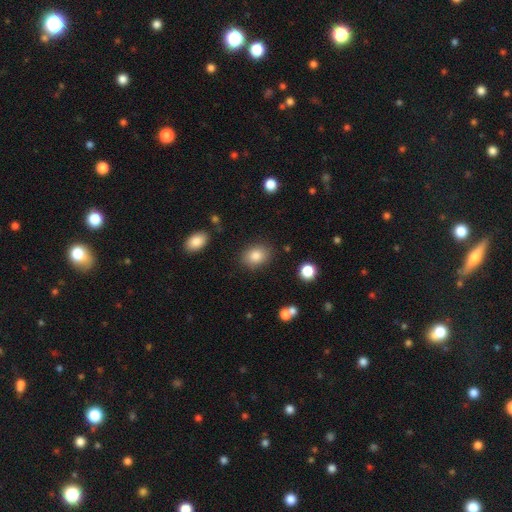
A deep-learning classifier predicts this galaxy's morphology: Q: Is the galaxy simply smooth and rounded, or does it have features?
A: smooth — 84%.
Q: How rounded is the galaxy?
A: in between — 68%.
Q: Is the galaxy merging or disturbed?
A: none — 84%.